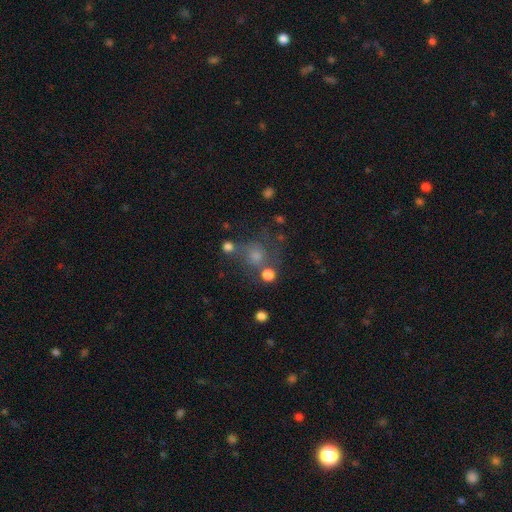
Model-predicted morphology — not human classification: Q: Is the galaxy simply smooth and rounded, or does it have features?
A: smooth — 61%.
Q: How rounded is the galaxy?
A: round — 84%.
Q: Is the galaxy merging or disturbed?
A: none — 55%.